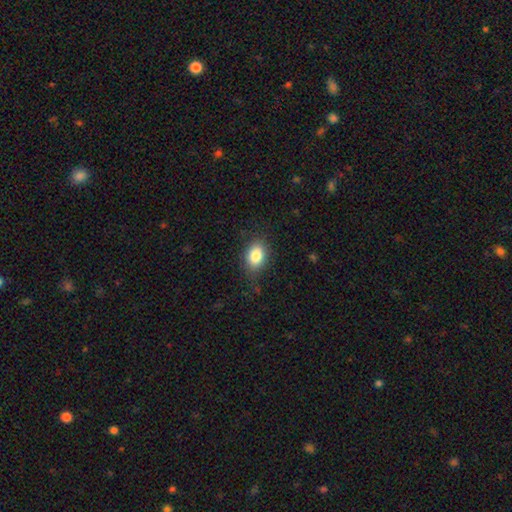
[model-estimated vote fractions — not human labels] Q: Smooth or featured?
A: smooth (83%); runner-up: star or artifact (9%)
Q: How rounded?
A: in between (78%); runner-up: round (21%)
Q: Merging?
A: none (80%); runner-up: minor disturbance (15%)